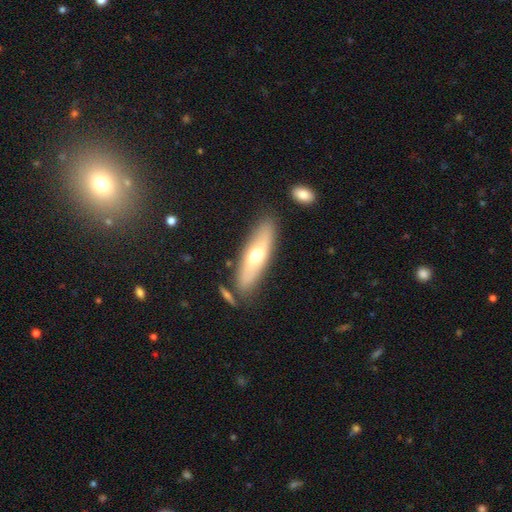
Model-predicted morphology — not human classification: Q: Smooth or featured?
A: smooth (54%); runner-up: featured or disk (40%)
Q: How rounded?
A: cigar-shaped (55%); runner-up: in between (43%)
Q: Merging?
A: none (80%); runner-up: minor disturbance (13%)